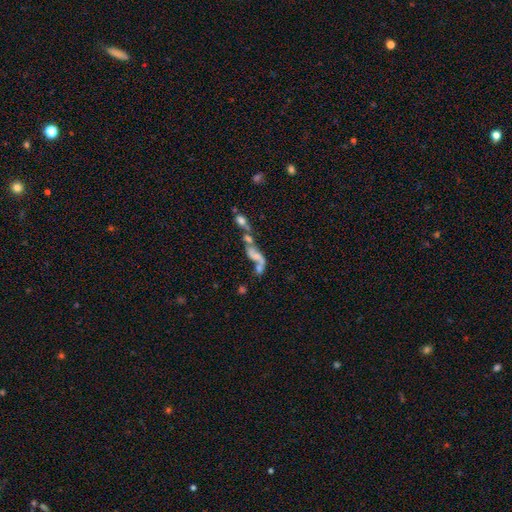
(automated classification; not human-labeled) Overall: featured or disk (52%; smooth 35%). Edge-on disk: no (92%). Merging: merger (60%).